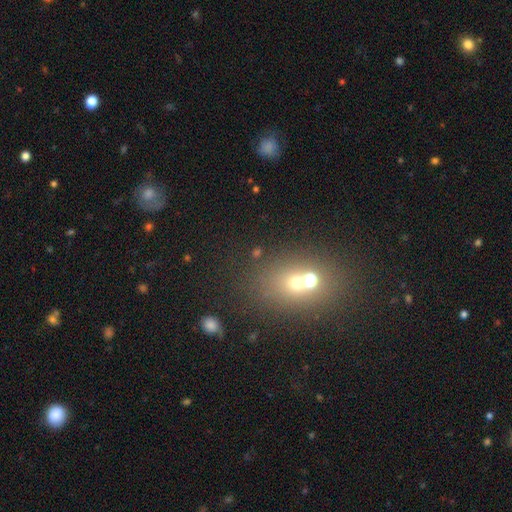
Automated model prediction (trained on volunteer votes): A smooth galaxy with no disk features (51%) that is round (50%).

Vote fractions:
- Smooth or featured? smooth: 51% / star or artifact: 29% / featured or disk: 20%
- How rounded? round: 50% / in between: 48% / cigar-shaped: 2%
- Merging? none: 46% / merger: 41% / minor disturbance: 8% / major disturbance: 4%